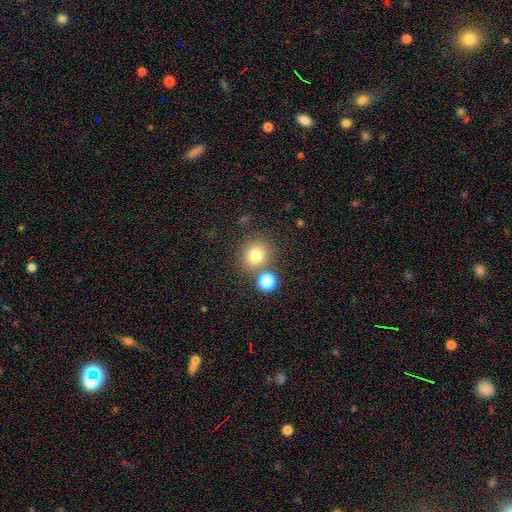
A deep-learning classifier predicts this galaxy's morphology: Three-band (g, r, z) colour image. It shows a smooth galaxy with no disk features (78%) that is round (87%). Merging: none (73%).